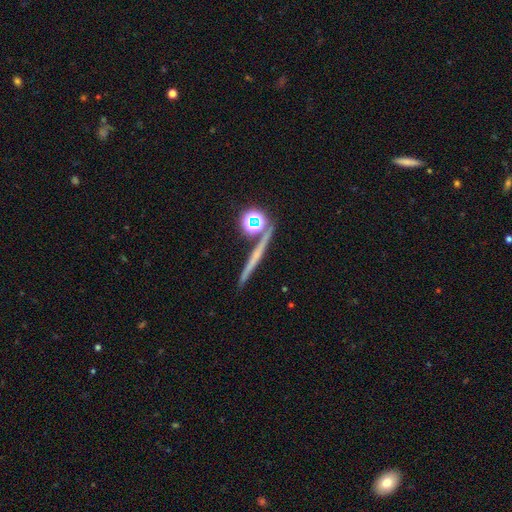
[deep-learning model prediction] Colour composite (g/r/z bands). It shows a featured or disk galaxy (45%). Merging: none (81%).